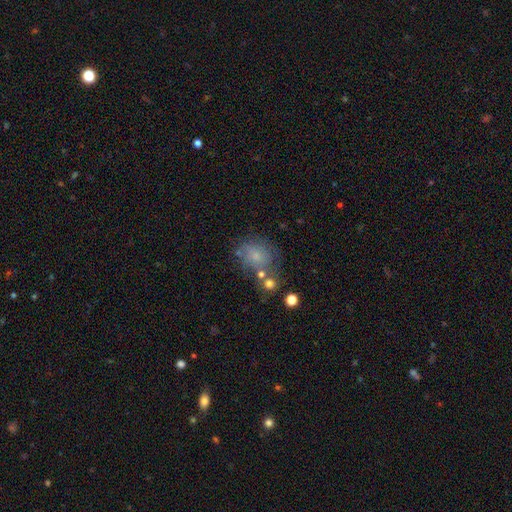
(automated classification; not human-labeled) Smooth or featured? smooth (62%)
How rounded? round (62%)
Merging? none (55%)